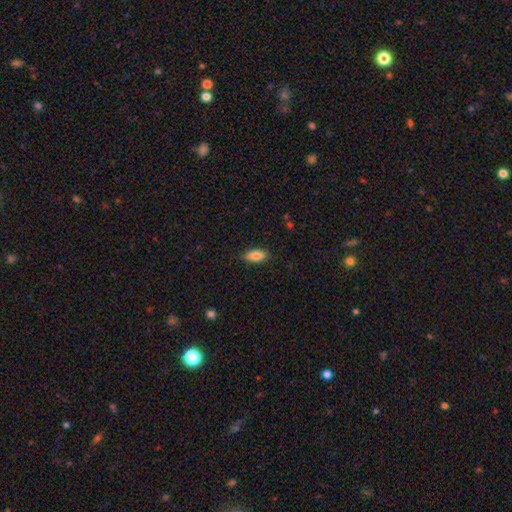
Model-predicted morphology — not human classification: Smooth or featured?
  - smooth: 84% *
  - featured or disk: 9%
  - star or artifact: 7%
How rounded?
  - in between: 84% *
  - cigar-shaped: 14%
  - round: 3%
Merging?
  - none: 85% *
  - minor disturbance: 12%
  - major disturbance: 2%
  - merger: 1%